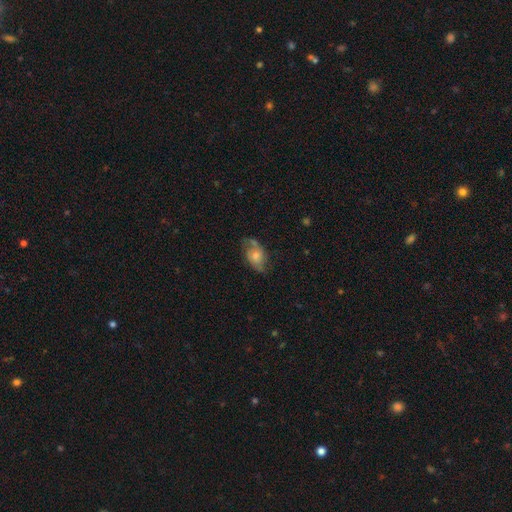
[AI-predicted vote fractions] Smooth or featured?
  - featured or disk: 62% *
  - smooth: 28%
  - star or artifact: 10%
Edge-on disk?
  - no: 94% *
  - yes: 6%
Bar?
  - no: 74% *
  - weak: 23%
  - strong: 4%
Spiral arms?
  - yes: 84% *
  - no: 16%
Bulge size?
  - moderate: 52% *
  - small: 34%
  - large: 9%
  - none: 4%
  - dominant: 2%
Merging?
  - none: 66% *
  - minor disturbance: 22%
  - major disturbance: 10%
  - merger: 2%